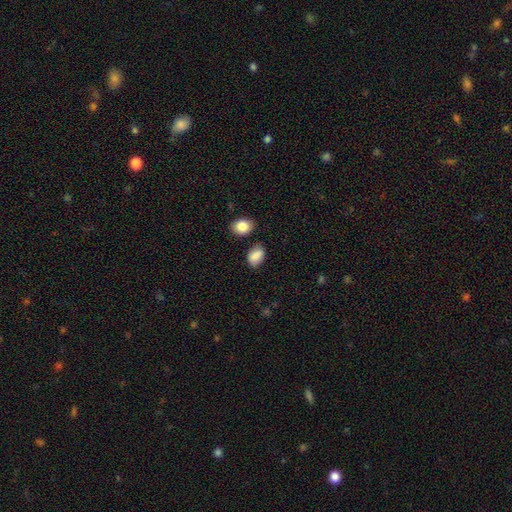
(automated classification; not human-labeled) This appears to be a smooth galaxy with no disk features (87%) that is in between round and cigar-shaped (86%). Merging: none (77%).